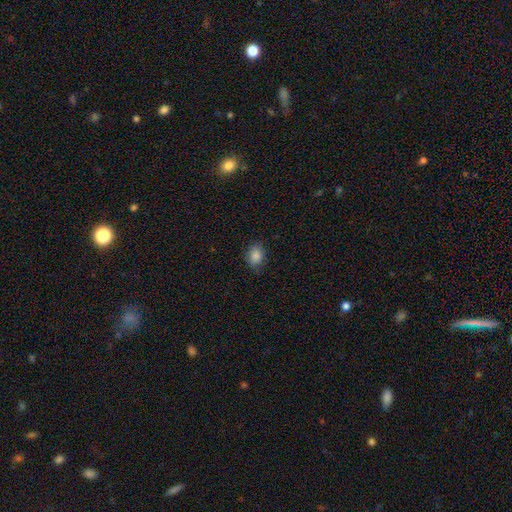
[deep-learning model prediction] Overall: smooth (86%). How rounded: in between (73%). Merging: none (81%).